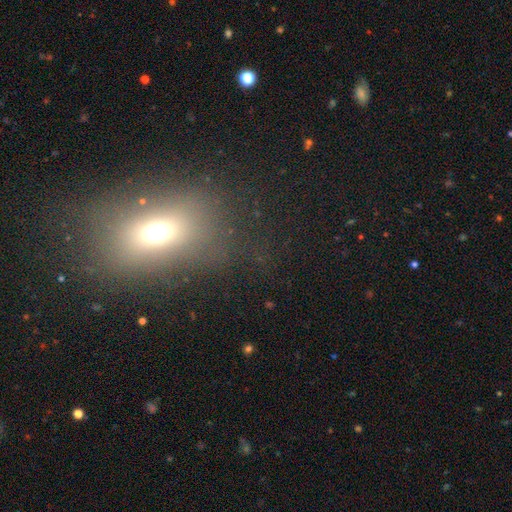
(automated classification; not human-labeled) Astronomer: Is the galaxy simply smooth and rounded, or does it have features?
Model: smooth — 56%.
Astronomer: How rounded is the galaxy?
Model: in between — 71%.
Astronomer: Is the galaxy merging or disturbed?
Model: none — 74%.